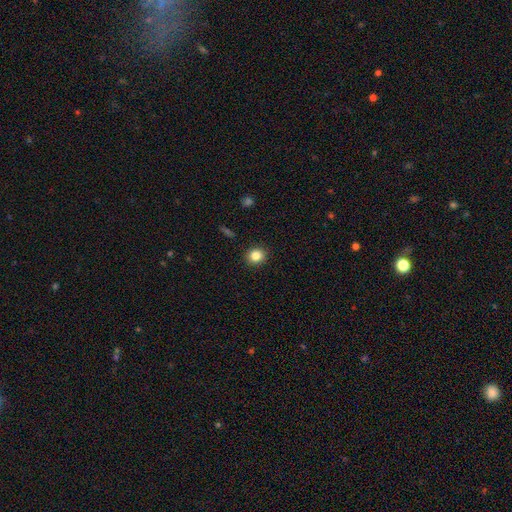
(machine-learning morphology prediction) Smooth or featured?
  - smooth: 83% *
  - star or artifact: 11%
  - featured or disk: 6%
How rounded?
  - round: 83% *
  - in between: 16%
  - cigar-shaped: 1%
Merging?
  - none: 91% *
  - minor disturbance: 6%
  - major disturbance: 2%
  - merger: 1%